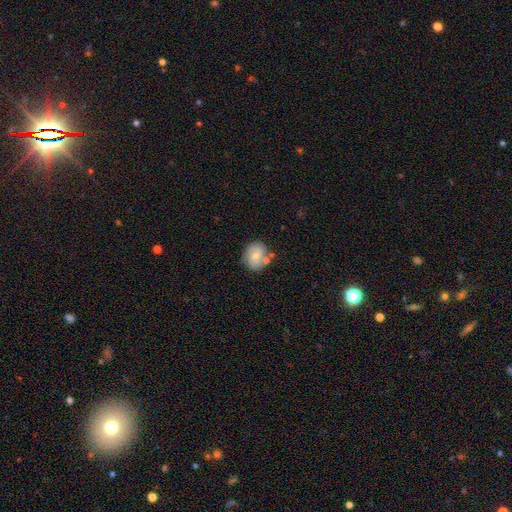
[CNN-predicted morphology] A smooth galaxy with no disk features (54%) that is round (63%). Merging: none (63%).